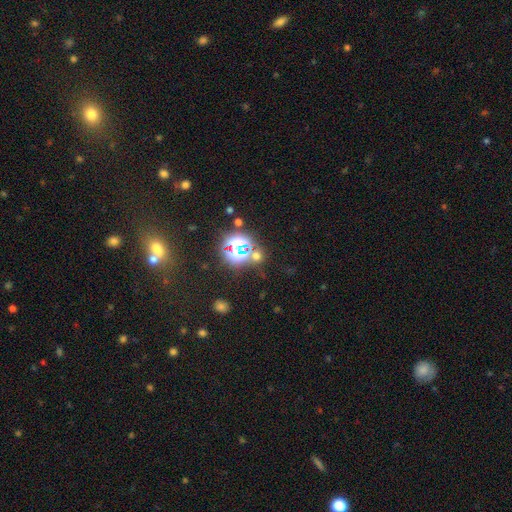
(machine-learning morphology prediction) star or artifact 61%, smooth 32%, featured or disk 8%.